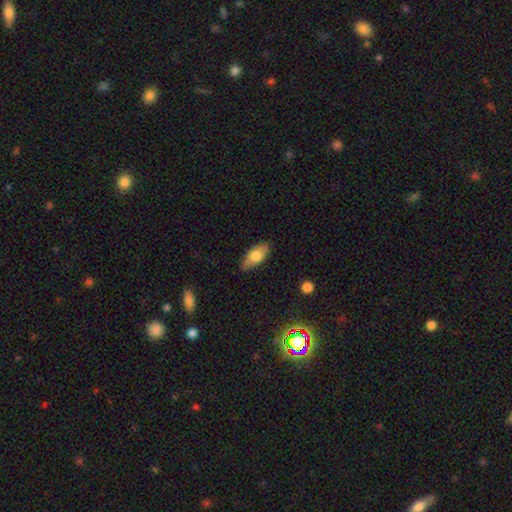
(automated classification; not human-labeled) Smooth or featured?
  - smooth: 71% *
  - featured or disk: 23%
  - star or artifact: 6%
How rounded?
  - in between: 84% *
  - cigar-shaped: 14%
  - round: 3%
Merging?
  - none: 84% *
  - minor disturbance: 13%
  - major disturbance: 2%
  - merger: 1%